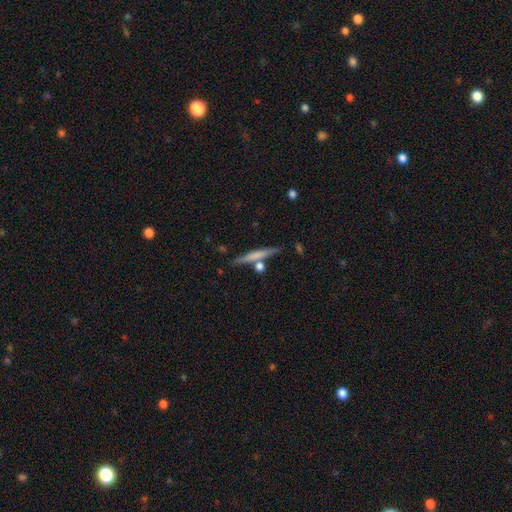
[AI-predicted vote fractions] Morphology: type=smooth (55%); roundness=cigar-shaped (93%); merging=none (77%).